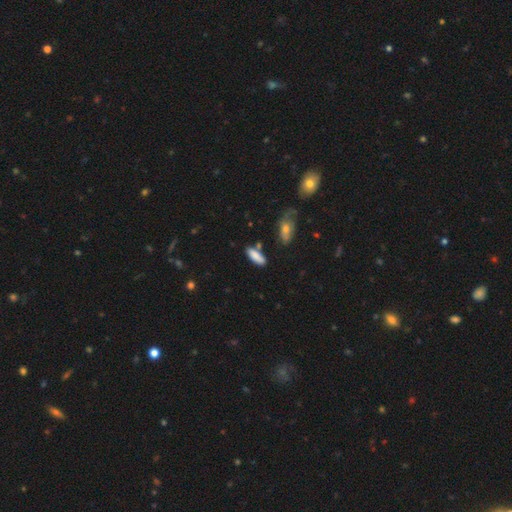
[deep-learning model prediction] This appears to be a smooth galaxy with no disk features (86%) that is in between round and cigar-shaped (64%). Merging: none (75%).